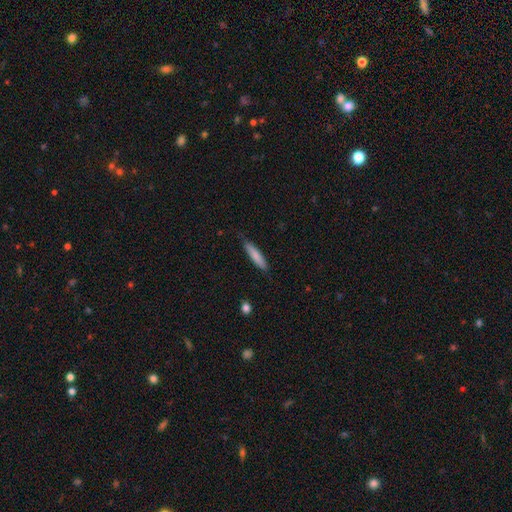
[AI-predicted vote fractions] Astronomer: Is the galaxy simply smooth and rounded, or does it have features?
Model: smooth — 79%.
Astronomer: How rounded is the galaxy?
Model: cigar-shaped — 83%.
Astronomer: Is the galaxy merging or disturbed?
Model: none — 81%.